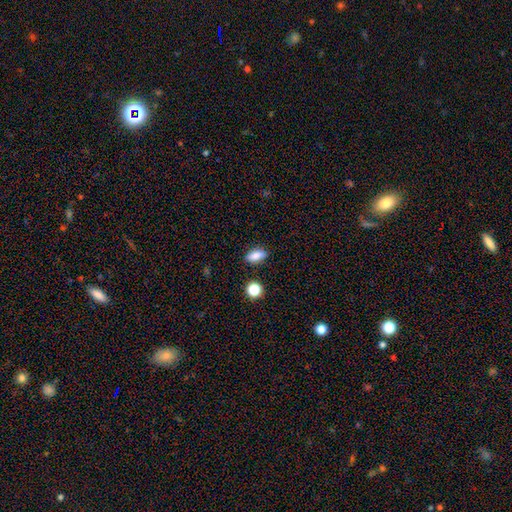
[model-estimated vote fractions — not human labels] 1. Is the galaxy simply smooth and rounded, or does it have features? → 81% smooth, 10% star or artifact, 9% featured or disk.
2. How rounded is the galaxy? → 77% in between, 13% cigar-shaped, 10% round.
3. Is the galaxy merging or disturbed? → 84% none, 11% minor disturbance, 3% major disturbance, 2% merger.